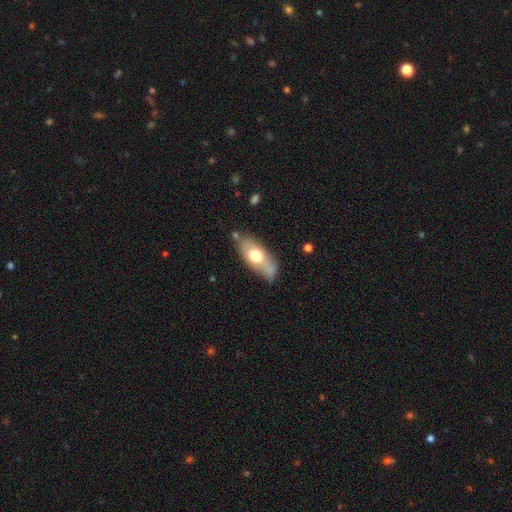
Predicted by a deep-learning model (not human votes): This is likely a smooth galaxy (61%). How rounded: clearly in between (83%). Merging: likely none (65%).